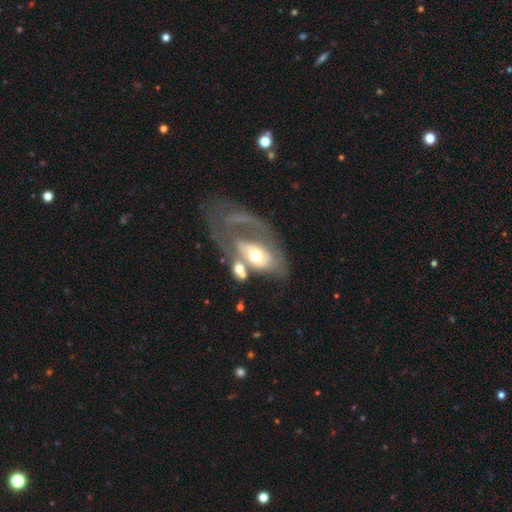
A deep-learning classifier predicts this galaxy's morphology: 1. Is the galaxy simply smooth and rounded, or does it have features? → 61% featured or disk, 31% smooth, 8% star or artifact.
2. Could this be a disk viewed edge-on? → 93% no, 7% yes.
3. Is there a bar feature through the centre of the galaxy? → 71% no, 22% weak, 8% strong.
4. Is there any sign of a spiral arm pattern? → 52% no, 48% yes.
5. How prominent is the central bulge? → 66% moderate, 16% large, 15% small, 2% dominant, 2% none.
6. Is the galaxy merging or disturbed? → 43% major disturbance, 31% merger, 14% none, 11% minor disturbance.